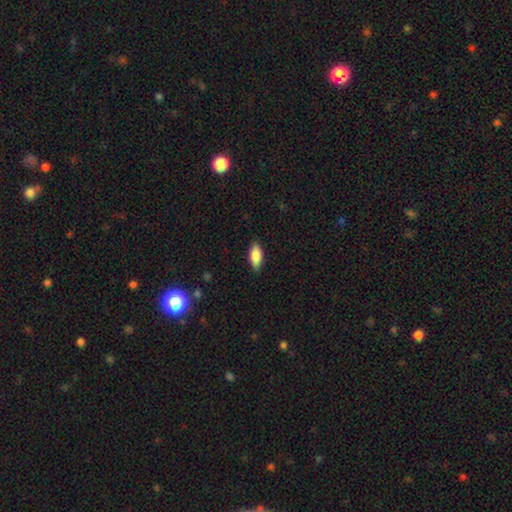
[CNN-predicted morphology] A smooth galaxy with no disk features (85%) that is in between round and cigar-shaped (85%).

Vote fractions:
- Smooth or featured? smooth: 85% / featured or disk: 9% / star or artifact: 6%
- How rounded? in between: 85% / cigar-shaped: 12% / round: 2%
- Merging? none: 85% / minor disturbance: 12% / major disturbance: 2% / merger: 1%